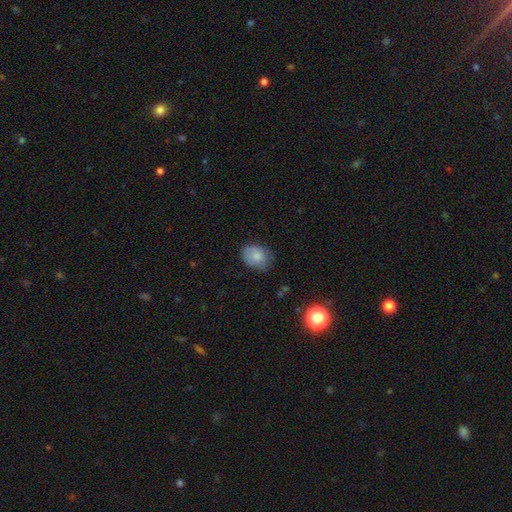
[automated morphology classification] Q: Smooth or featured?
A: smooth (79%); runner-up: featured or disk (12%)
Q: How rounded?
A: in between (64%); runner-up: round (35%)
Q: Merging?
A: none (70%); runner-up: minor disturbance (23%)